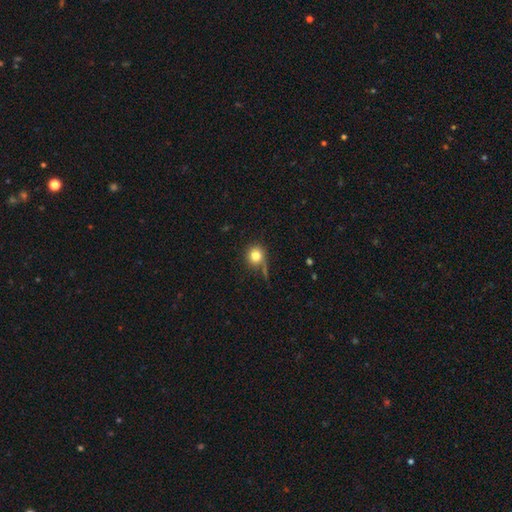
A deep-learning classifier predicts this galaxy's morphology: This appears to be a smooth galaxy with no disk features (80%) that is round (89%). Merging: none (62%).